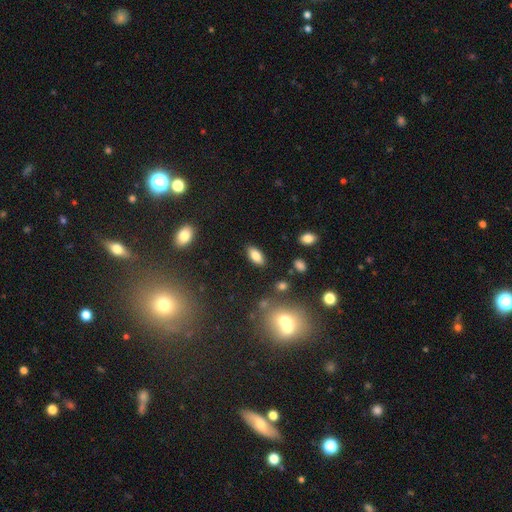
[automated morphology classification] Smooth or featured? smooth (81%)
How rounded? in between (89%)
Merging? none (86%)